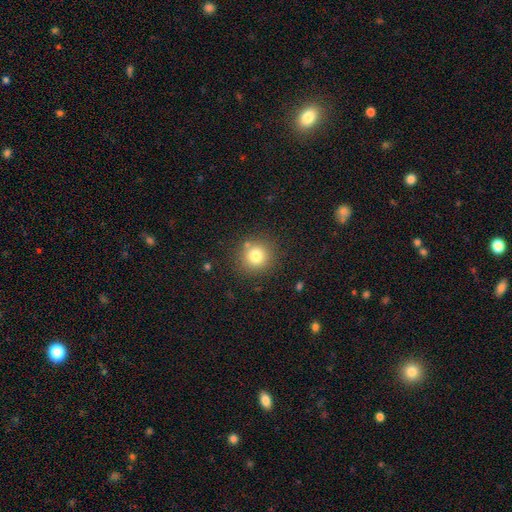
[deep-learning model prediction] Smooth or featured? smooth (78%)
How rounded? round (92%)
Merging? none (83%)